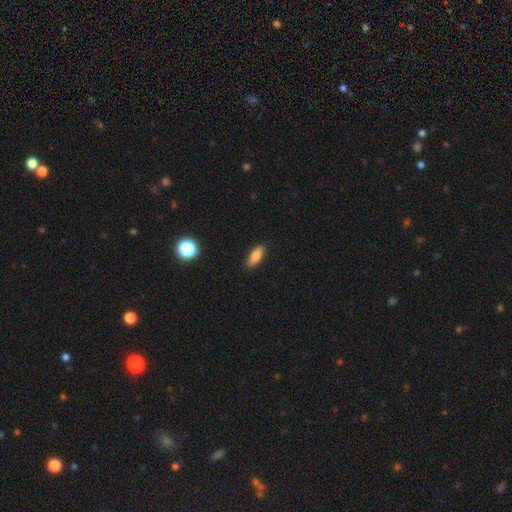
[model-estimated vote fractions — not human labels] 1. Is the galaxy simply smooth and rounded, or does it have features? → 79% smooth, 13% featured or disk, 8% star or artifact.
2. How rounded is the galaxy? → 68% in between, 29% cigar-shaped, 3% round.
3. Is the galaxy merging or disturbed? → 89% none, 8% minor disturbance, 2% major disturbance, 1% merger.